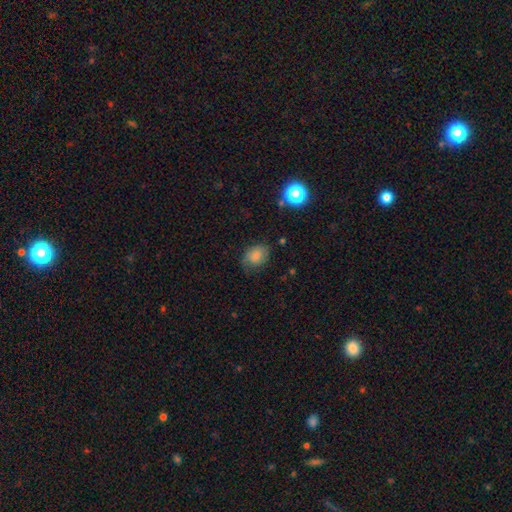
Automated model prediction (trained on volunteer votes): Morphology: type=smooth (78%); roundness=in between (62%); merging=none (62%).